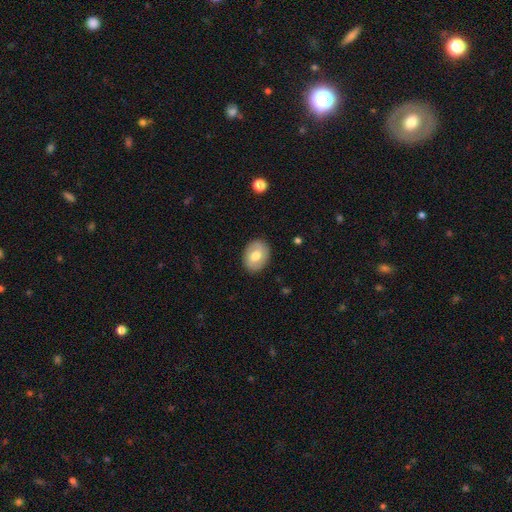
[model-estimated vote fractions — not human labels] smooth-or-featured: smooth: 65% | featured or disk: 28% | star or artifact: 6%
  how-rounded: in between: 68% | round: 31% | cigar-shaped: 1%
  merging: none: 86% | minor disturbance: 10% | major disturbance: 3% | merger: 1%